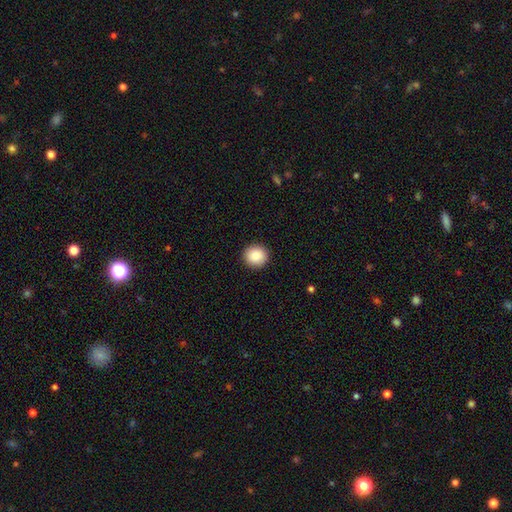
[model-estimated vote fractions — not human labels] Smooth or featured?
  - smooth: 86% *
  - star or artifact: 8%
  - featured or disk: 6%
How rounded?
  - round: 94% *
  - in between: 5%
  - cigar-shaped: 1%
Merging?
  - none: 93% *
  - minor disturbance: 4%
  - major disturbance: 2%
  - merger: 1%